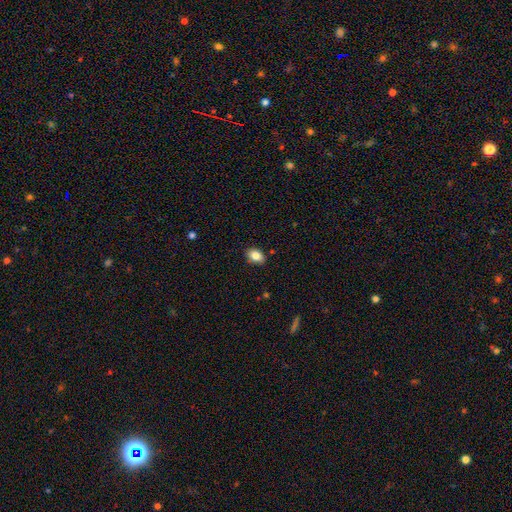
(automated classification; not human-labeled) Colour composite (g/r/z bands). It shows a smooth galaxy with no disk features (84%) that is in between round and cigar-shaped (83%). Merging: none (86%).